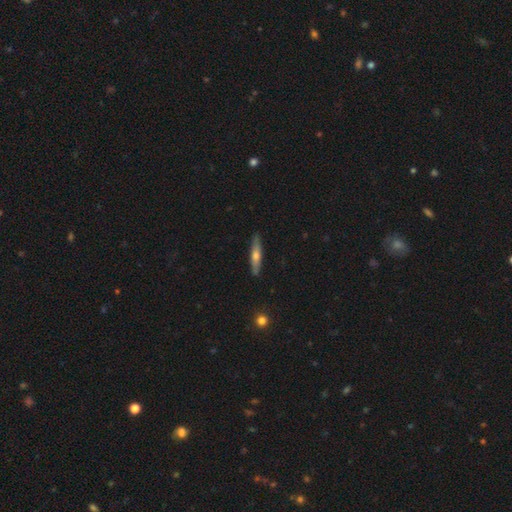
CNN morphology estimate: A smooth galaxy with no disk features (51%) that is cigar-shaped (87%). Merging: none (87%).